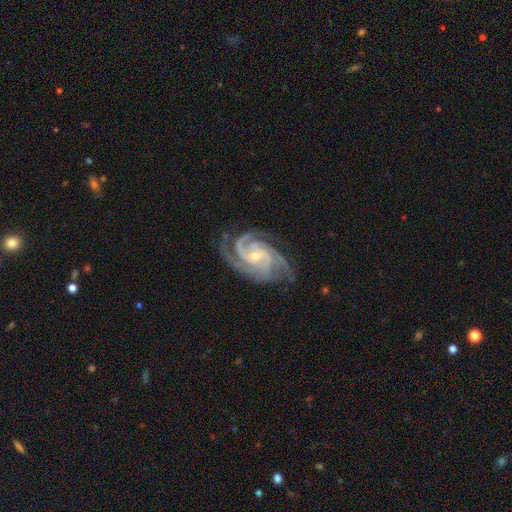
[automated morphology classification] Smooth or featured: featured or disk — 94% (star or artifact — 4%)
Edge-on disk: no — 98% (yes — 2%)
Bar: no — 58% (weak — 30%)
Spiral arms: yes — 99% (no — 1%)
Spiral winding: tight — 63% (medium — 34%)
Spiral arm count: 3 — 51% (4 — 18%)
Bulge size: small — 64% (moderate — 33%)
Merging: none — 75% (minor disturbance — 18%)